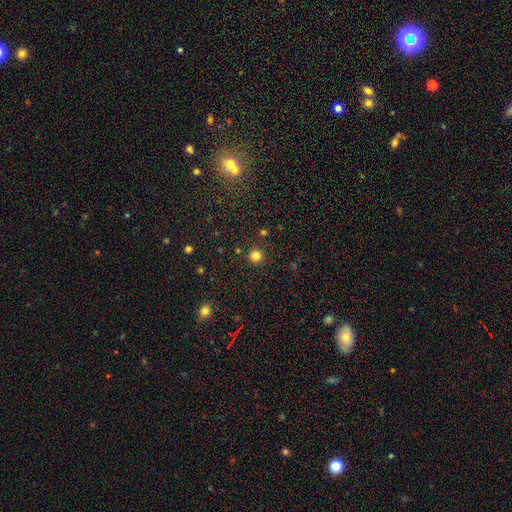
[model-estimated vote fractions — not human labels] Q: Smooth or featured?
A: smooth (82%); runner-up: star or artifact (14%)
Q: How rounded?
A: round (95%); runner-up: in between (4%)
Q: Merging?
A: none (91%); runner-up: minor disturbance (5%)